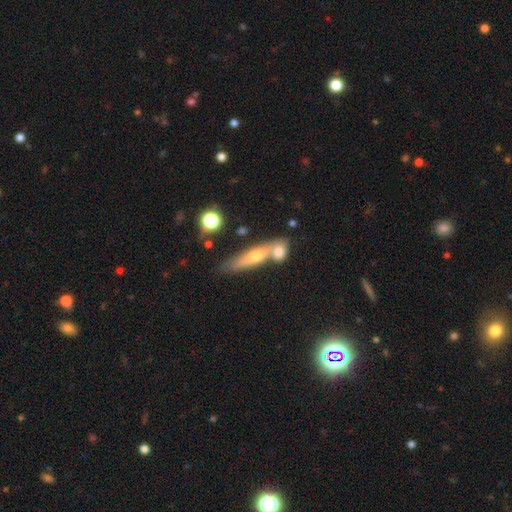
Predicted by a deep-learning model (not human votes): This is possibly a smooth galaxy (50%). How rounded: likely cigar-shaped (71%). Merging: marginally none (43%).